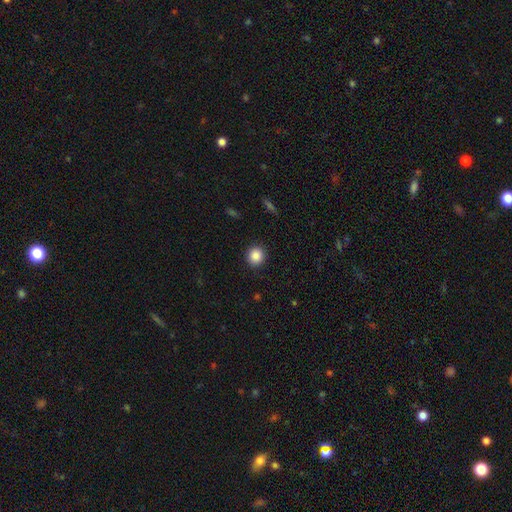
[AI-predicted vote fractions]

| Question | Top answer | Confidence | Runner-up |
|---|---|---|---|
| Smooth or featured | smooth | 87% | star or artifact (10%) |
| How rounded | round | 91% | in between (8%) |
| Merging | none | 92% | minor disturbance (5%) |